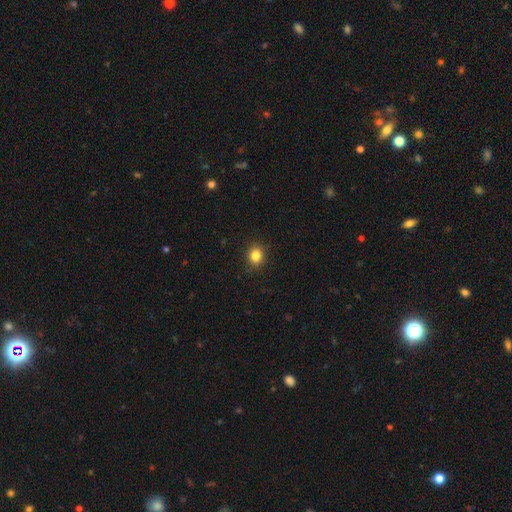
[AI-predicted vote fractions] A smooth galaxy with no disk features (83%) that is round (79%). Merging: none (90%).